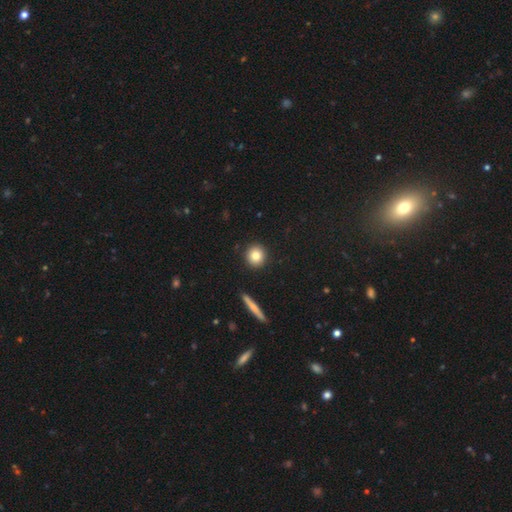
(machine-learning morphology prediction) Smooth or featured?
  - smooth: 81% *
  - featured or disk: 10%
  - star or artifact: 9%
How rounded?
  - round: 91% *
  - in between: 7%
  - cigar-shaped: 1%
Merging?
  - none: 91% *
  - minor disturbance: 5%
  - merger: 2%
  - major disturbance: 2%